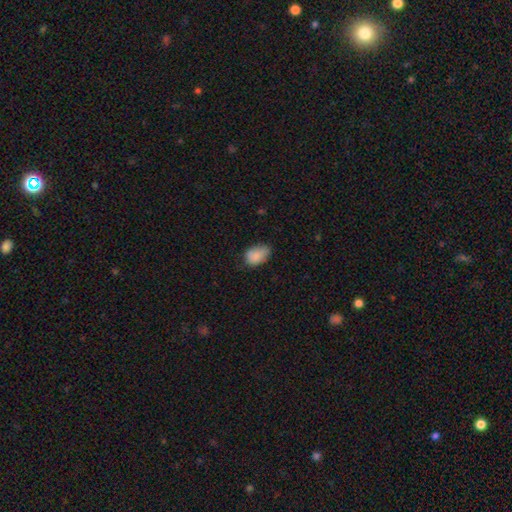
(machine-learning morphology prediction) Overall: smooth (85%). How rounded: in between (85%). Merging: none (59%; minor disturbance 33%).